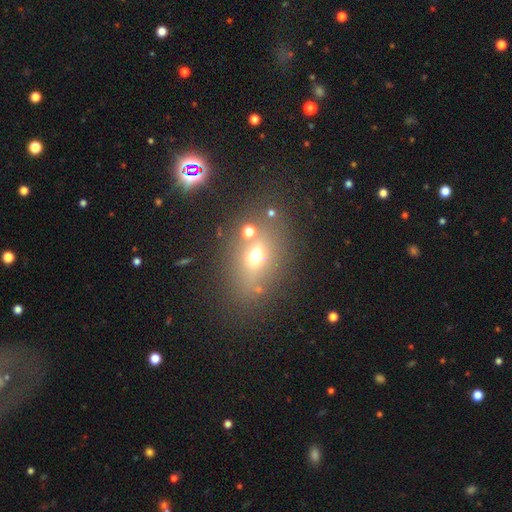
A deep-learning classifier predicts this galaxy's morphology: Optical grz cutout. It shows a smooth galaxy with no disk features (58%) that is in between round and cigar-shaped (61%). Merging: none (69%).